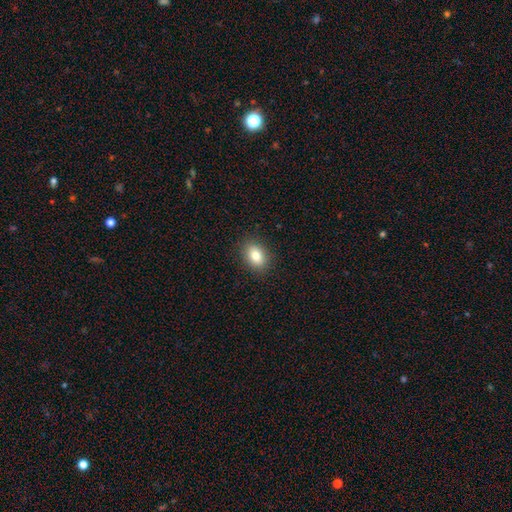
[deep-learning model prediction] smooth-or-featured: smooth: 82% | featured or disk: 9% | star or artifact: 9%
  how-rounded: in between: 78% | round: 21% | cigar-shaped: 1%
  merging: none: 89% | minor disturbance: 8% | major disturbance: 2% | merger: 1%